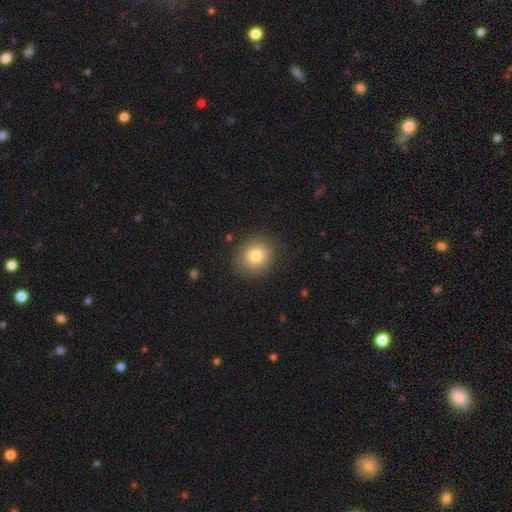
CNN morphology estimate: type=smooth (80%); roundness=round (83%); merging=none (86%).